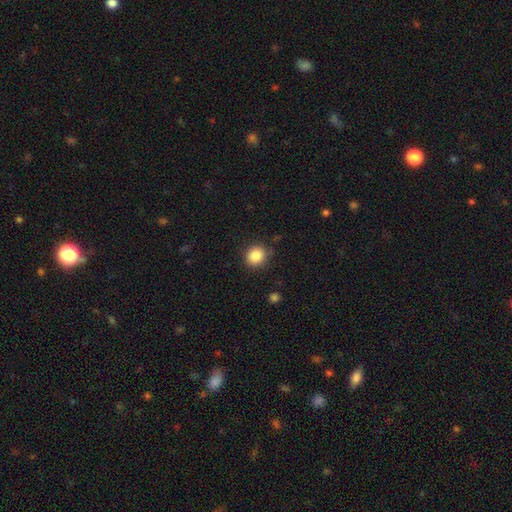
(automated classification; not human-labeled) A smooth galaxy with no disk features (86%) that is round (79%). Merging: none (85%).